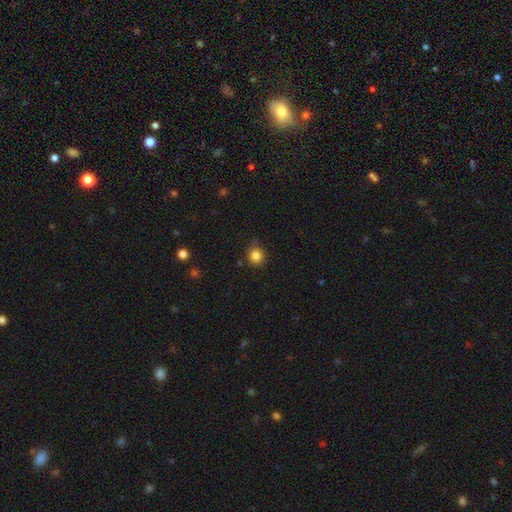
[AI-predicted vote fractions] Smooth or featured: smooth — 84% (star or artifact — 11%)
How rounded: round — 88% (in between — 11%)
Merging: none — 83% (minor disturbance — 12%)